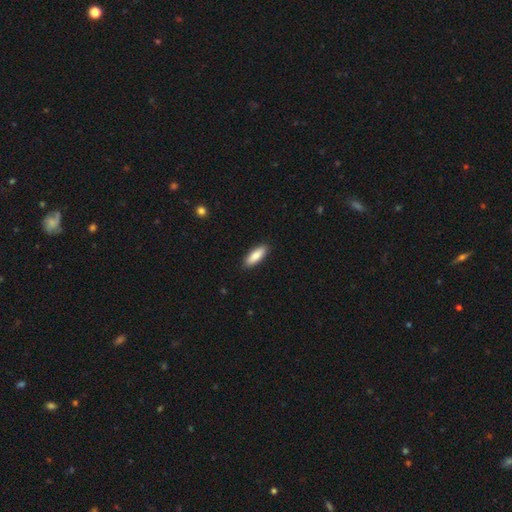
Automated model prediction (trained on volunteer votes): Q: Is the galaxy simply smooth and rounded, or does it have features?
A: smooth — 86%.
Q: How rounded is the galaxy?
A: in between — 65%.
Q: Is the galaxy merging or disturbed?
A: none — 90%.